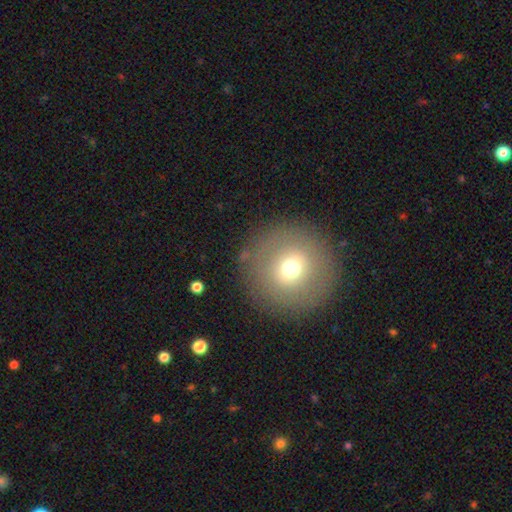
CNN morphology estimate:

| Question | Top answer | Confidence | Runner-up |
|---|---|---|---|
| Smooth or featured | smooth | 67% | featured or disk (19%) |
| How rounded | round | 95% | in between (4%) |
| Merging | none | 89% | minor disturbance (6%) |